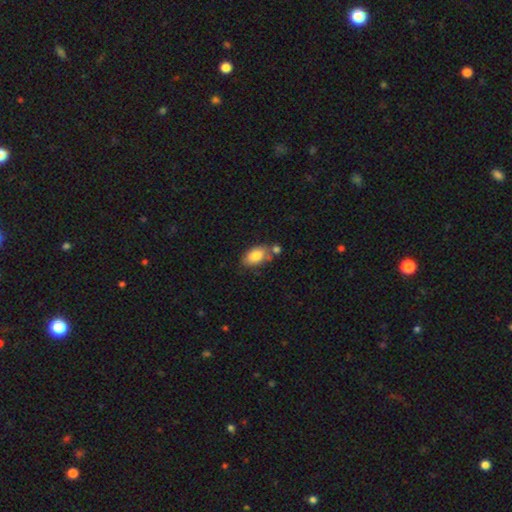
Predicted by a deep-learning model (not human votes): Morphology: type=smooth (82%); roundness=in between (91%); merging=none (57%).